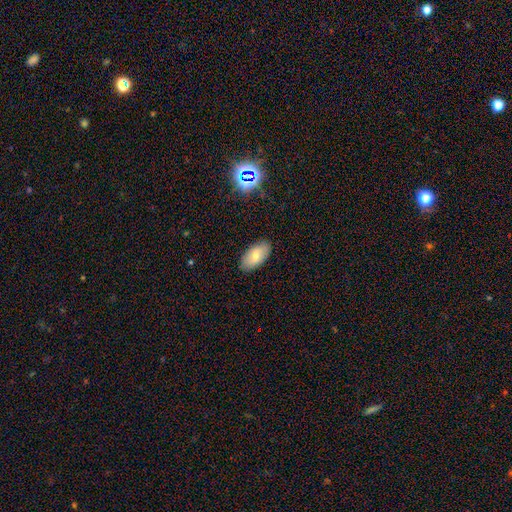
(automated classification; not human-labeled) smooth_or_featured: smooth (p=0.68) [alt: featured or disk p=0.24]
how_rounded: in between (p=0.94) [alt: cigar-shaped p=0.03]
merging: none (p=0.87) [alt: minor disturbance p=0.10]